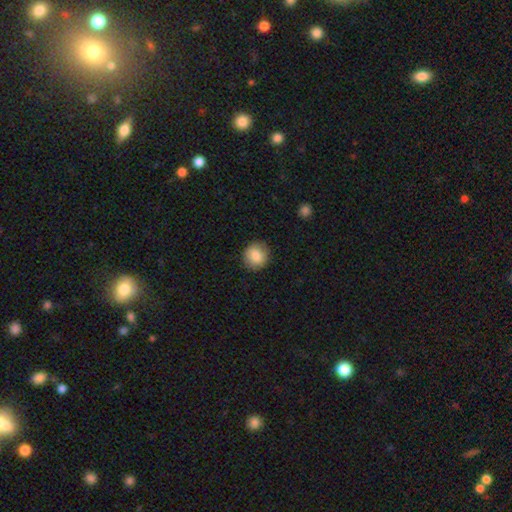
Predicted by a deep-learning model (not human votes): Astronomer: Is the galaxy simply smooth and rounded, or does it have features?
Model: smooth — 86%.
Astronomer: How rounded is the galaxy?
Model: round — 88%.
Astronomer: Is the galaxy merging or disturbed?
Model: none — 89%.